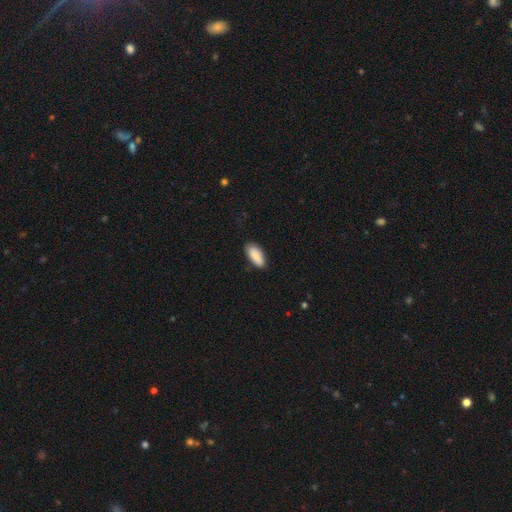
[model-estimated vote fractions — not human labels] The model was most divided on "merging": none: 81%, minor disturbance: 16%, major disturbance: 2%, merger: 1%. More confident: smooth or featured — smooth (89%); how rounded — in between (89%).